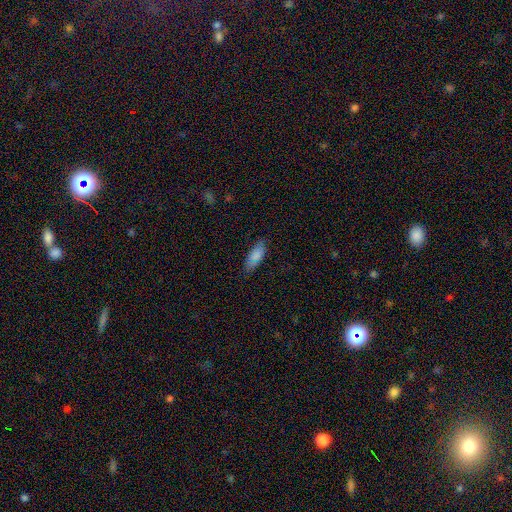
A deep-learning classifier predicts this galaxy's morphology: Overall: smooth (82%). How rounded: in between (74%). Merging: none (79%).